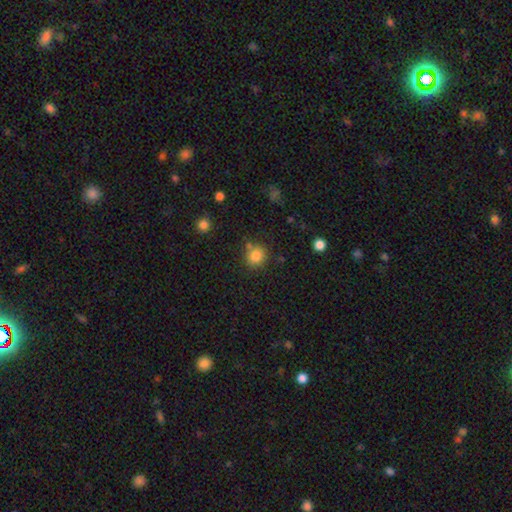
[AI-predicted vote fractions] The model was most divided on "how rounded": round: 79%, in between: 20%, cigar-shaped: 1%. More confident: smooth or featured — smooth (82%); merging — none (73%).